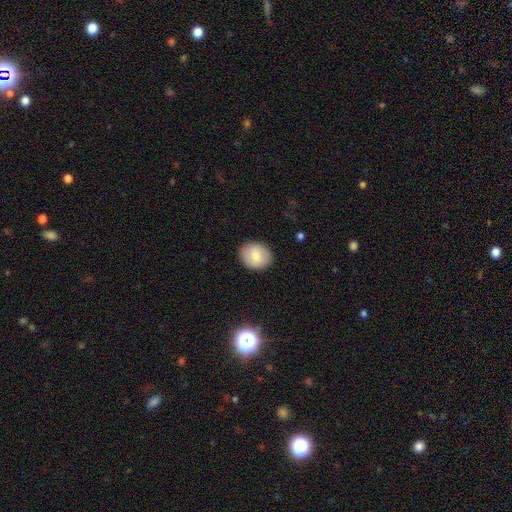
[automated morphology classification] The model was most divided on "how rounded": round: 57%, in between: 43%, cigar-shaped: 1%. More confident: merging — none (88%); smooth or featured — smooth (71%).